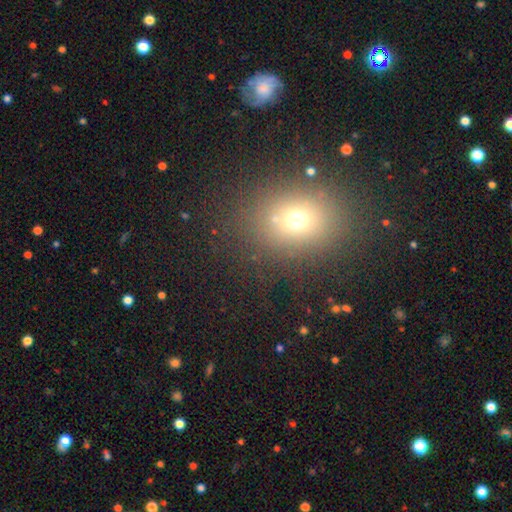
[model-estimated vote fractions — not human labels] This appears to be a smooth galaxy with no disk features (60%) that is round (53%). Merging: none (84%).